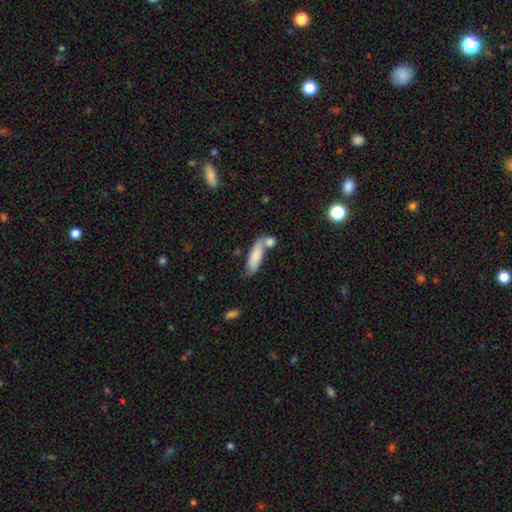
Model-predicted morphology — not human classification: smooth-or-featured: smooth: 81% | featured or disk: 13% | star or artifact: 6%
  how-rounded: in between: 53% | cigar-shaped: 45% | round: 2%
  merging: none: 46% | merger: 35% | minor disturbance: 15% | major disturbance: 5%